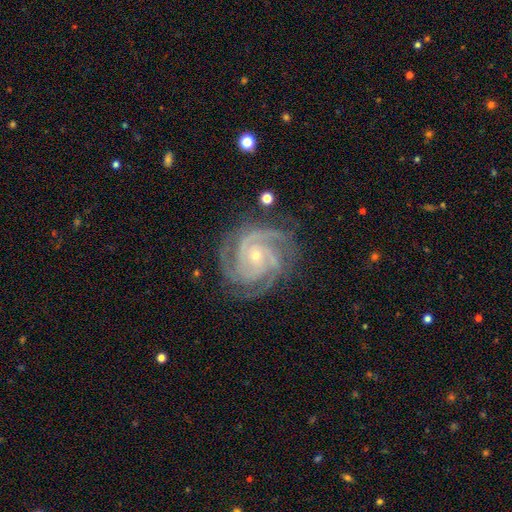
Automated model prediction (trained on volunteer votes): Smooth or featured? Predicted: featured or disk (p=0.93). Edge-on disk? Predicted: no (p=0.98). Bar? Predicted: no (p=0.67). Spiral arms? Predicted: yes (p=0.99). Spiral winding? Predicted: tight (p=0.71). Spiral arm count? Predicted: 3 (p=0.48). Bulge size? Predicted: small (p=0.75). Merging? Predicted: none (p=0.79).